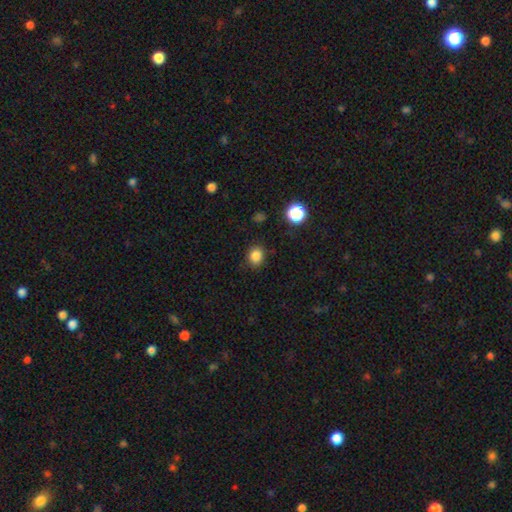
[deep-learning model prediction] Smooth or featured? Predicted: smooth (p=0.84). How rounded? Predicted: round (p=0.66). Merging? Predicted: none (p=0.85).